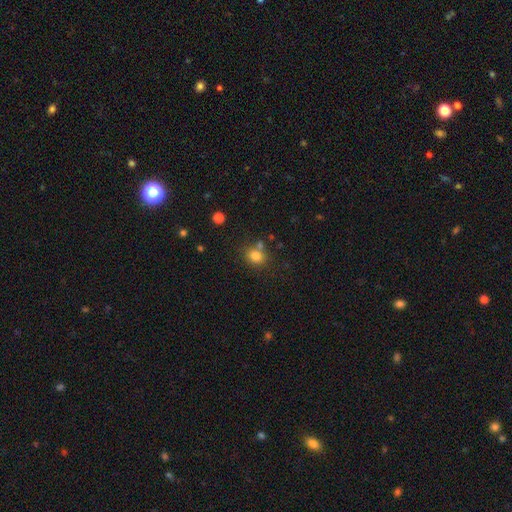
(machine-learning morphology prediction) Q: Smooth or featured?
A: smooth (80%); runner-up: star or artifact (13%)
Q: How rounded?
A: round (64%); runner-up: in between (35%)
Q: Merging?
A: none (66%); runner-up: merger (17%)